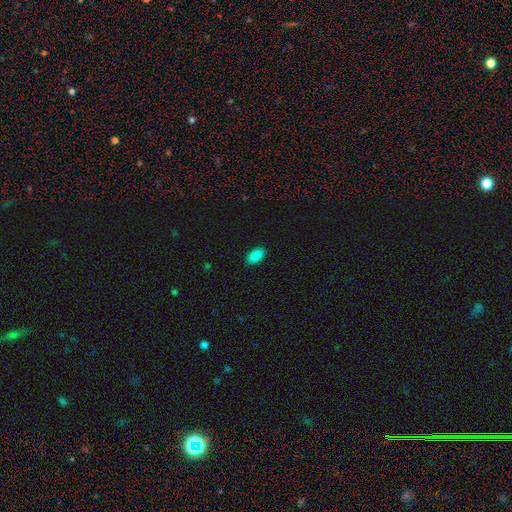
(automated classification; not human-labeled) Smooth or featured? Predicted: smooth (p=0.88). How rounded? Predicted: in between (p=0.94). Merging? Predicted: none (p=0.88).